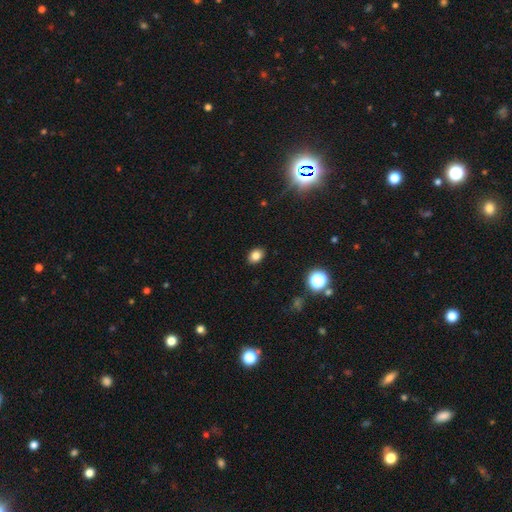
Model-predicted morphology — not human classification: A smooth galaxy with no disk features (82%) that is in between round and cigar-shaped (66%). Merging: none (89%).